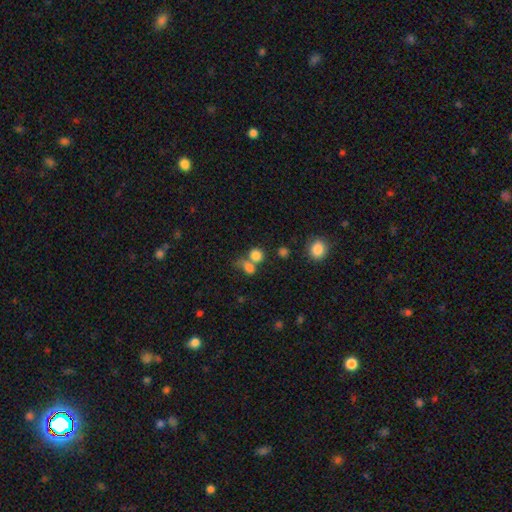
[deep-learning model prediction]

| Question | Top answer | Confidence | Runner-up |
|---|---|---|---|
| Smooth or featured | smooth | 81% | star or artifact (12%) |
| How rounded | round | 75% | in between (24%) |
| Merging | none | 44% | merger (41%) |